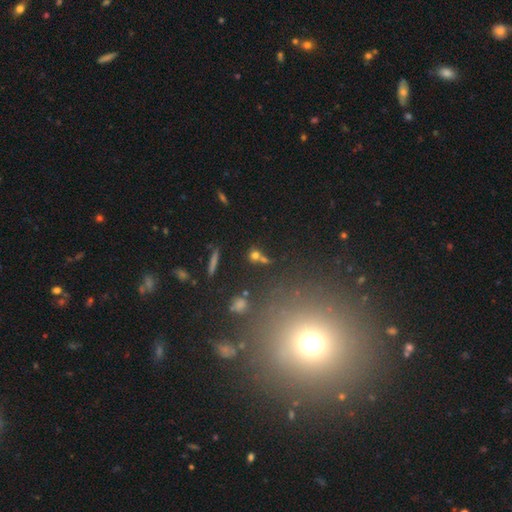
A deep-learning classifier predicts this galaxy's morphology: Smooth or featured? smooth (67%)
How rounded? round (75%)
Merging? none (53%)